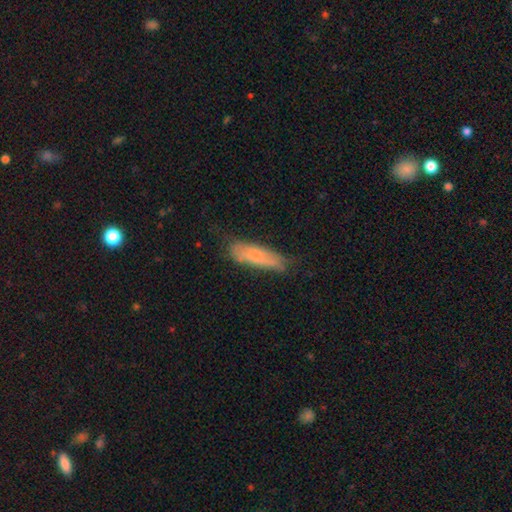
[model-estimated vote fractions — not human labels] The model was most divided on "how rounded": cigar-shaped: 60%, in between: 38%, round: 2%. More confident: smooth or featured — smooth (70%); merging — none (61%).